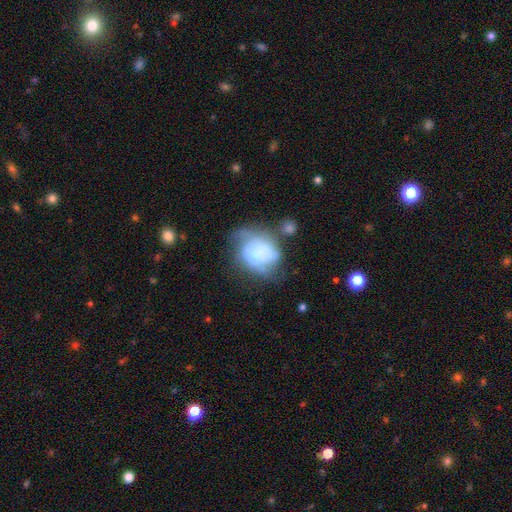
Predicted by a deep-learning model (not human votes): A featured or disk galaxy (49%). Merging: none (36%).